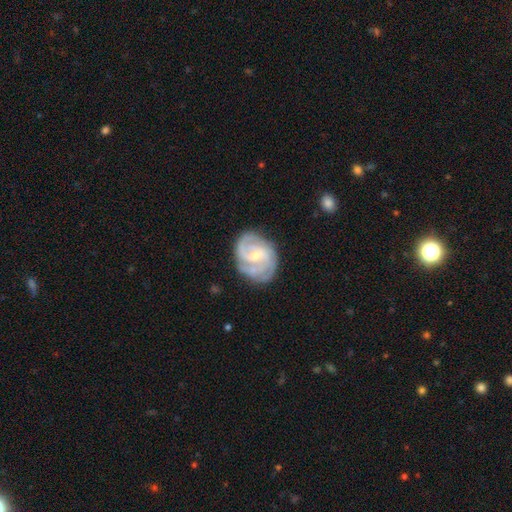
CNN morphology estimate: The model was most divided on "spiral winding": tight: 50%, medium: 40%, loose: 10%. Remaining: edge-on disk — no (98%); spiral arms — yes (94%); smooth or featured — featured or disk (83%); merging — none (67%); bulge size — small (58%); bar — weak (52%); spiral arm count — 2 (38%).